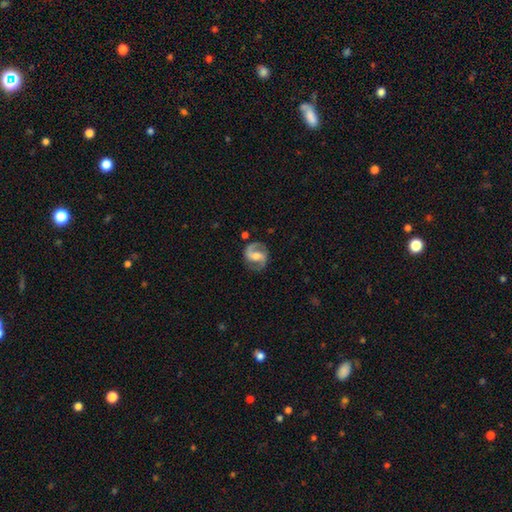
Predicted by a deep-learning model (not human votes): Morphology: type=featured or disk (85%); edge-on=no (98%); bar=weak (45%); spiral arms=yes (95%); winding=medium (55%); arm count=2 (91%); bulge=moderate (57%); merging=none (80%).